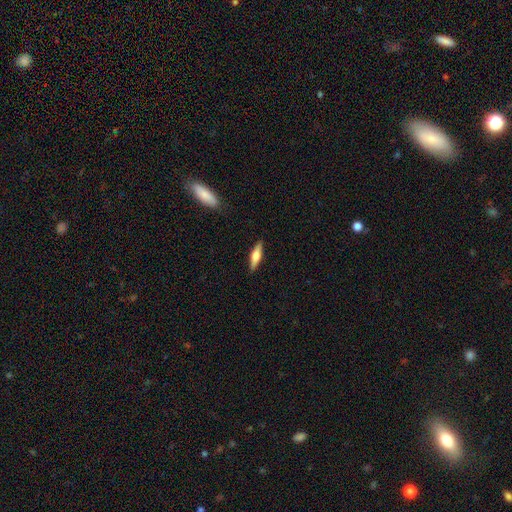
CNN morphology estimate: Smooth or featured? Predicted: smooth (p=0.49). Merging? Predicted: none (p=0.89).